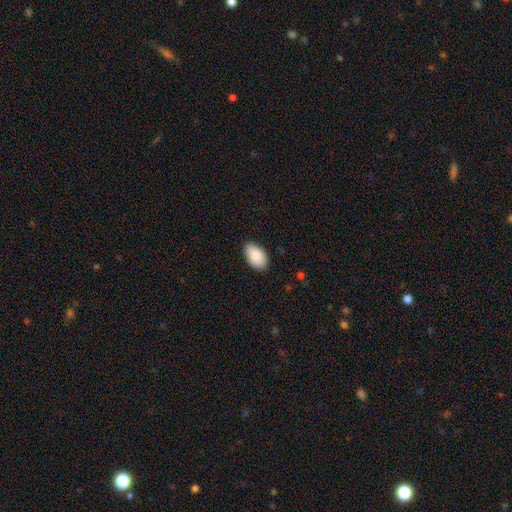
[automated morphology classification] Overall: smooth (88%). How rounded: in between (94%). Merging: none (80%).